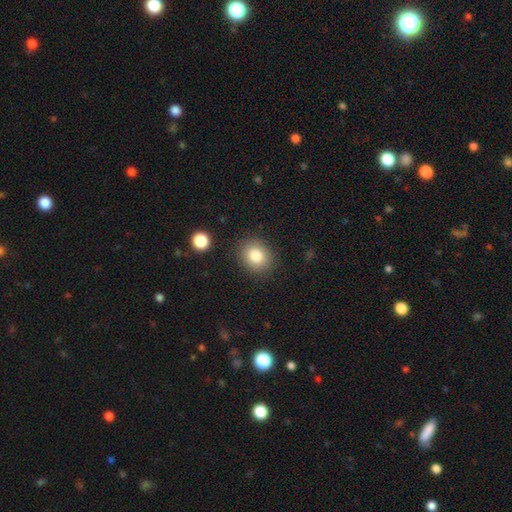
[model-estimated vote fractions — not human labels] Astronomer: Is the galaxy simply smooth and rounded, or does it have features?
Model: smooth — 82%.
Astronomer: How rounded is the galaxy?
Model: round — 66%.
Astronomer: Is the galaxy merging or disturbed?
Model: none — 86%.